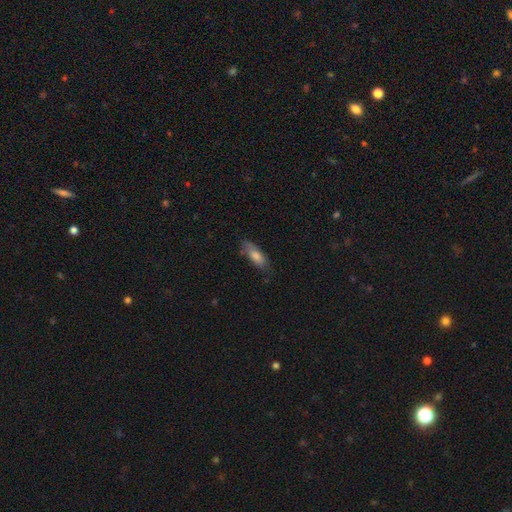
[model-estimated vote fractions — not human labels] Morphology: type=smooth (76%); roundness=in between (63%); merging=none (73%).